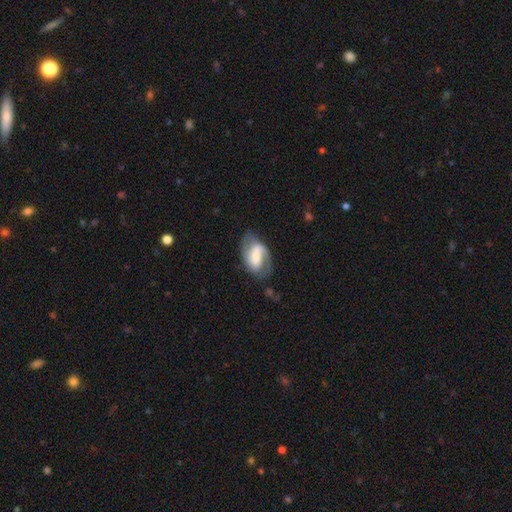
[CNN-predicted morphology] featured or disk 71%, smooth 22%, star or artifact 6%. Down the decision tree: edge-on disk — no (97%); bar — weak (41%); spiral arms — yes (90%); spiral arm count — 2 (74%); spiral winding — medium (47%); bulge size — large (27%); merging — none (60%).